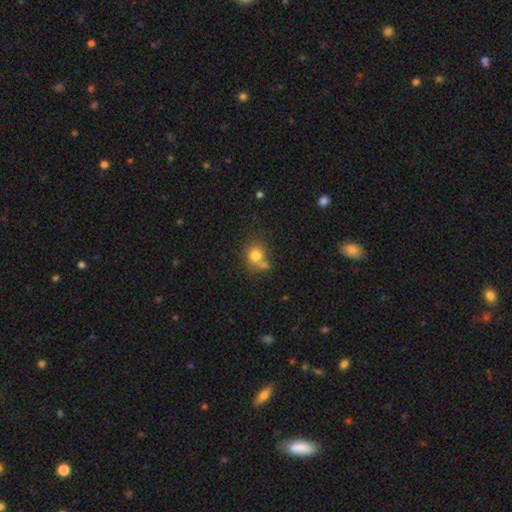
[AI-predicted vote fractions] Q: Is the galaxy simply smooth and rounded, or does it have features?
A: smooth — 79%.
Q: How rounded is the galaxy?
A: round — 74%.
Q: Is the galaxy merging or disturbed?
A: none — 52%.